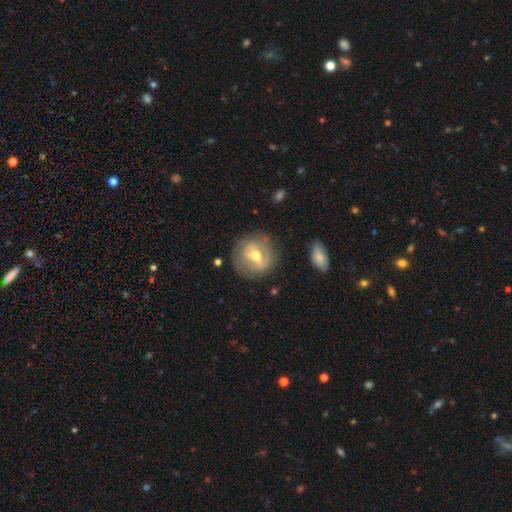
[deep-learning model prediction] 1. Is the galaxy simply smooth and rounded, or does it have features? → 61% featured or disk, 33% smooth, 7% star or artifact.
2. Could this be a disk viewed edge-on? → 93% no, 7% yes.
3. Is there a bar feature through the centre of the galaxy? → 44% weak, 35% strong, 21% no.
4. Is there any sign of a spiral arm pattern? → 52% no, 48% yes.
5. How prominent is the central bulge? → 71% moderate, 21% small, 6% large, 1% none, 1% dominant.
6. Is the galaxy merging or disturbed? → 72% none, 18% minor disturbance, 8% major disturbance, 2% merger.